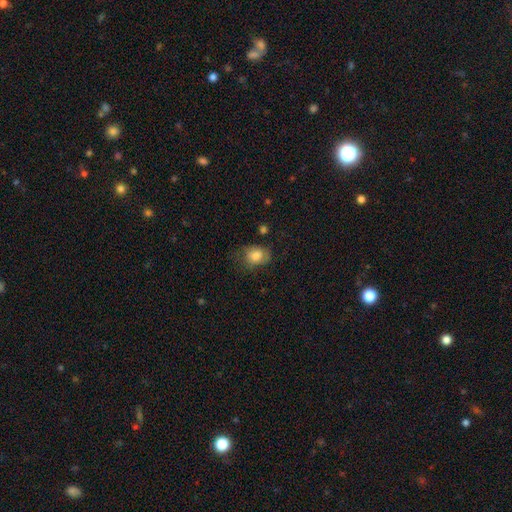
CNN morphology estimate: Q: Smooth or featured?
A: smooth (81%); runner-up: featured or disk (11%)
Q: How rounded?
A: in between (56%); runner-up: round (43%)
Q: Merging?
A: none (55%); runner-up: minor disturbance (30%)